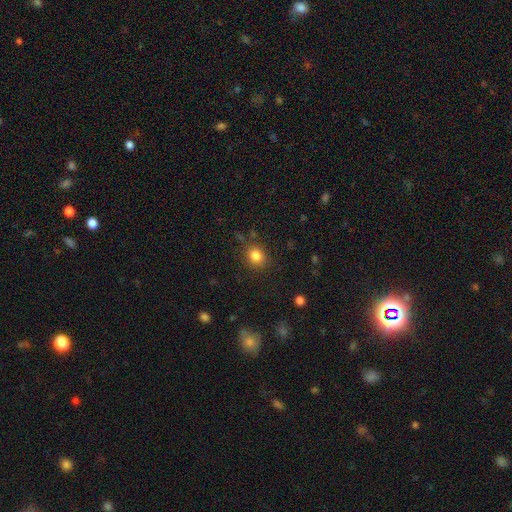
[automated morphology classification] The model was most divided on "how rounded": round: 63%, in between: 36%, cigar-shaped: 1%. More confident: smooth or featured — smooth (83%); merging — none (82%).